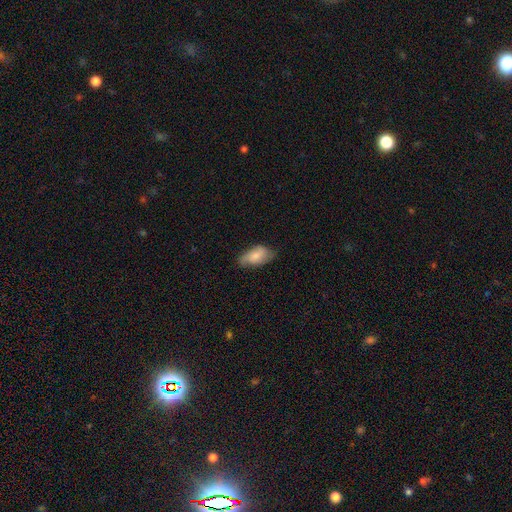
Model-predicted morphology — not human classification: This is likely a smooth galaxy (71%). How rounded: clearly in between (92%). Merging: likely none (62%).